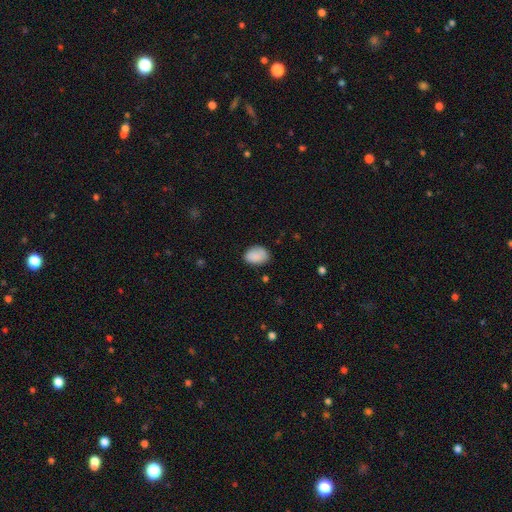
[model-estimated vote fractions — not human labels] Smooth or featured? Predicted: smooth (p=0.87). How rounded? Predicted: in between (p=0.80). Merging? Predicted: none (p=0.75).